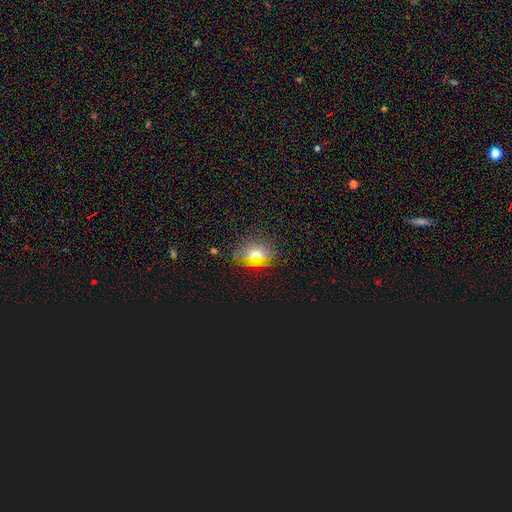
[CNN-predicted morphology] smooth_or_featured: smooth (p=0.48) [alt: star or artifact p=0.36]
merging: none (p=0.85) [alt: minor disturbance p=0.10]